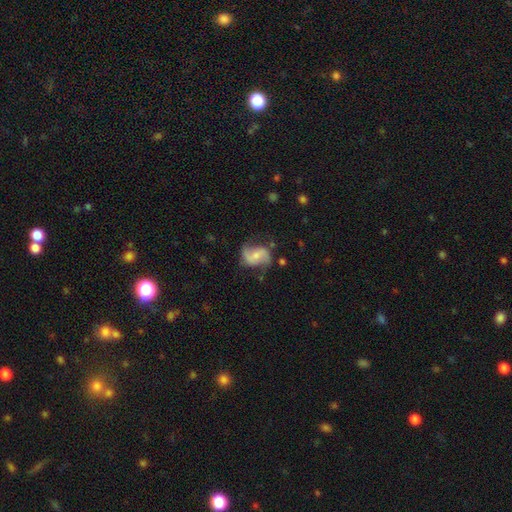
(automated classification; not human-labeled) Smooth or featured: featured or disk — 73% (smooth — 20%)
Edge-on disk: no — 97% (yes — 3%)
Bar: no — 45% (weak — 40%)
Spiral arms: yes — 93% (no — 7%)
Spiral winding: loose — 54% (medium — 35%)
Spiral arm count: 2 — 89% (can't tell — 4%)
Bulge size: small — 47% (moderate — 38%)
Merging: none — 63% (minor disturbance — 23%)